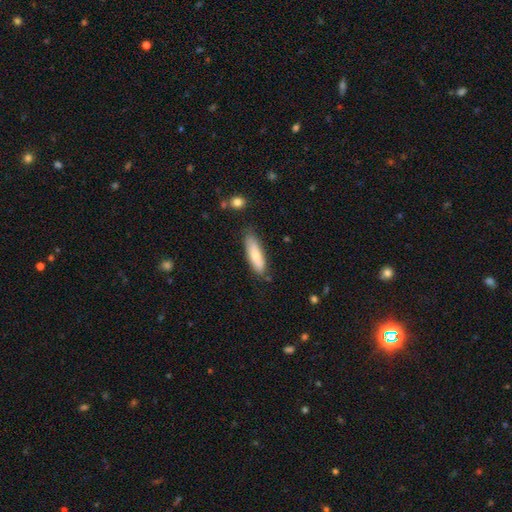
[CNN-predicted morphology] type=smooth (71%); roundness=cigar-shaped (53%); merging=none (77%).